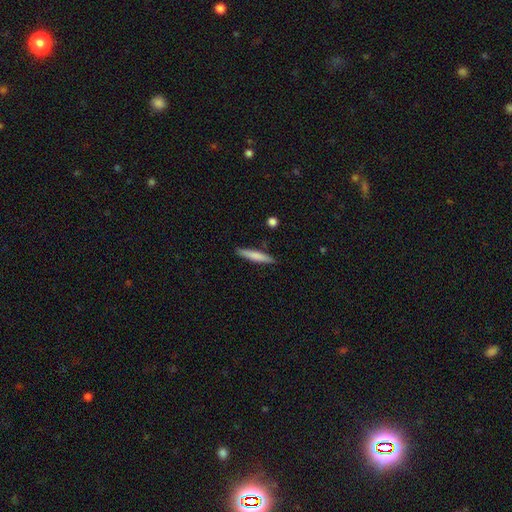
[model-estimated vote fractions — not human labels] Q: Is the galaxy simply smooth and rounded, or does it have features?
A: smooth — 75%.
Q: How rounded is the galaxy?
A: cigar-shaped — 92%.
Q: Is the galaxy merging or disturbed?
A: none — 88%.